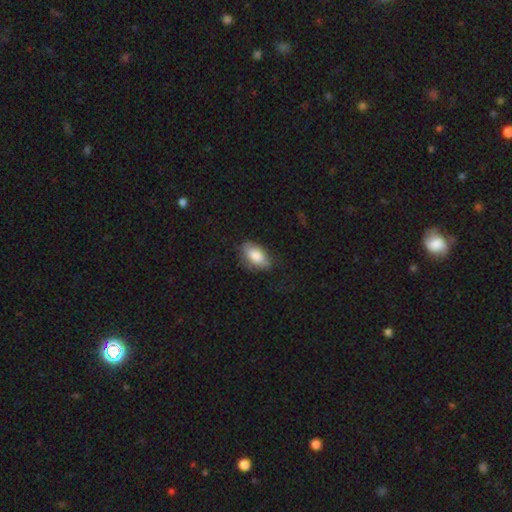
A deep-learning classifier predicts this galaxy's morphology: A smooth galaxy with no disk features (82%) that is in between round and cigar-shaped (92%).

Vote fractions:
- Smooth or featured? smooth: 82% / featured or disk: 12% / star or artifact: 6%
- How rounded? in between: 92% / round: 5% / cigar-shaped: 3%
- Merging? none: 71% / minor disturbance: 22% / major disturbance: 7% / merger: 1%